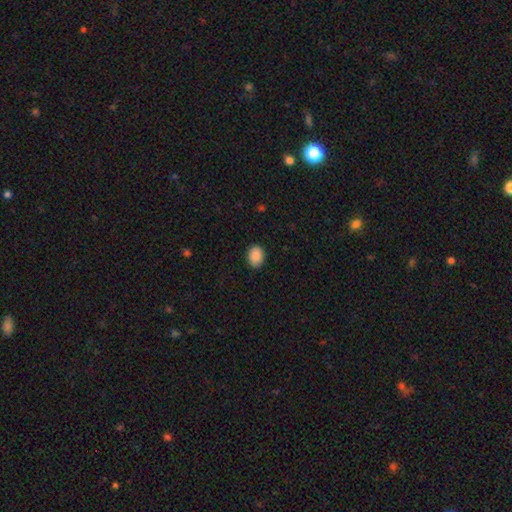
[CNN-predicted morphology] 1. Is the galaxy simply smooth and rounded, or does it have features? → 89% smooth, 8% star or artifact, 3% featured or disk.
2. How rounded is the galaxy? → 66% in between, 34% round, 1% cigar-shaped.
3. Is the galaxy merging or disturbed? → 89% none, 8% minor disturbance, 2% major disturbance, 1% merger.